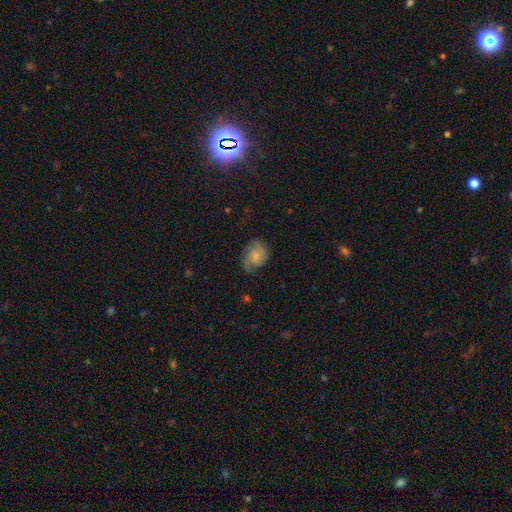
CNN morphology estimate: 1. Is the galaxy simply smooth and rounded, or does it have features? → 50% featured or disk, 42% smooth, 8% star or artifact.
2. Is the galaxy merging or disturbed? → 60% none, 26% minor disturbance, 12% major disturbance, 1% merger.